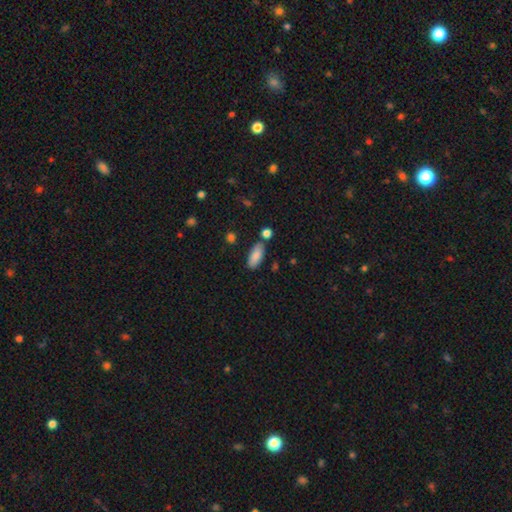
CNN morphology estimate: smooth-or-featured: smooth: 85% | featured or disk: 8% | star or artifact: 7%
  how-rounded: in between: 85% | cigar-shaped: 13% | round: 2%
  merging: none: 76% | minor disturbance: 13% | merger: 8% | major disturbance: 3%